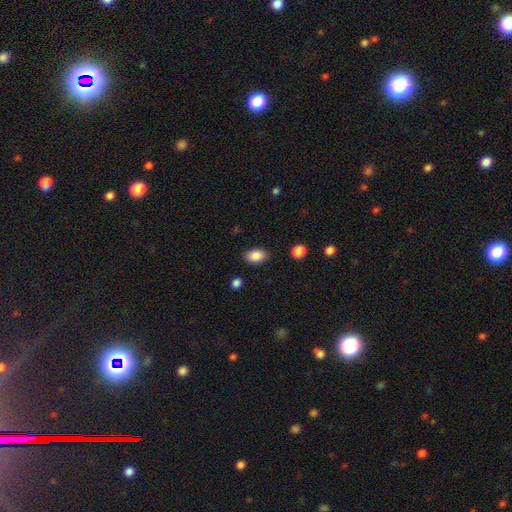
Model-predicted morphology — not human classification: Smooth or featured? smooth (88%)
How rounded? in between (83%)
Merging? none (87%)